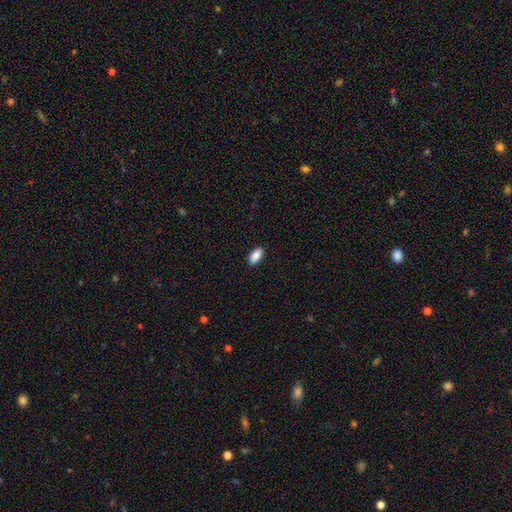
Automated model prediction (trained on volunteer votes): Smooth or featured? Predicted: smooth (p=0.89). How rounded? Predicted: in between (p=0.92). Merging? Predicted: none (p=0.89).